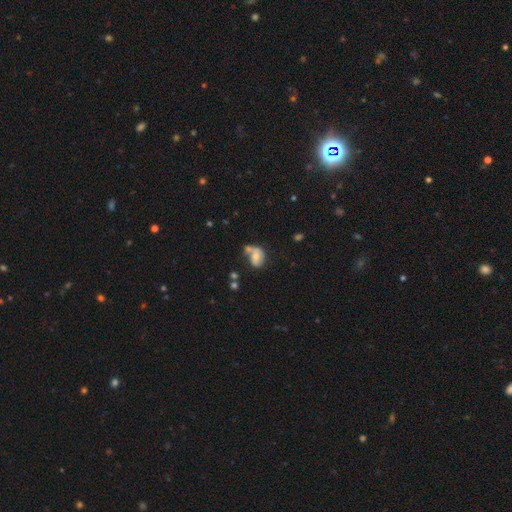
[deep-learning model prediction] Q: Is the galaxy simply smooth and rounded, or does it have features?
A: smooth — 50%.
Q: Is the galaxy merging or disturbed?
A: merger — 33%.